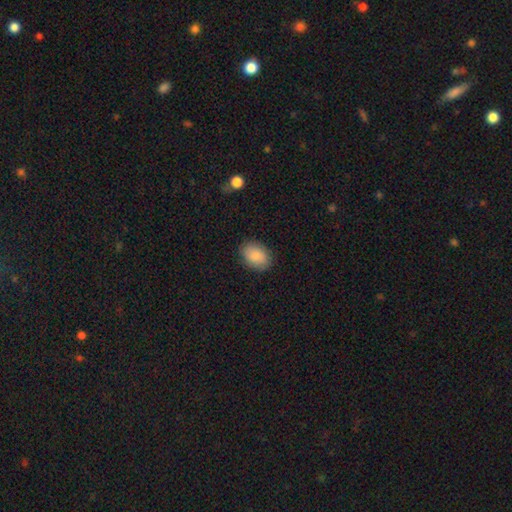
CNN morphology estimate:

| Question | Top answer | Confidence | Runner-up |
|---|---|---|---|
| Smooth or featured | smooth | 88% | star or artifact (7%) |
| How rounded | in between | 81% | round (18%) |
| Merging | none | 86% | minor disturbance (10%) |